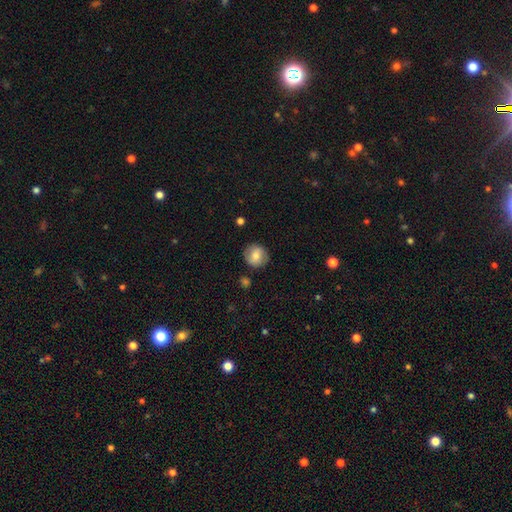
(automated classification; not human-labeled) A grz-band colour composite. It shows a smooth galaxy with no disk features (71%) that is round (88%). Merging: none (83%).